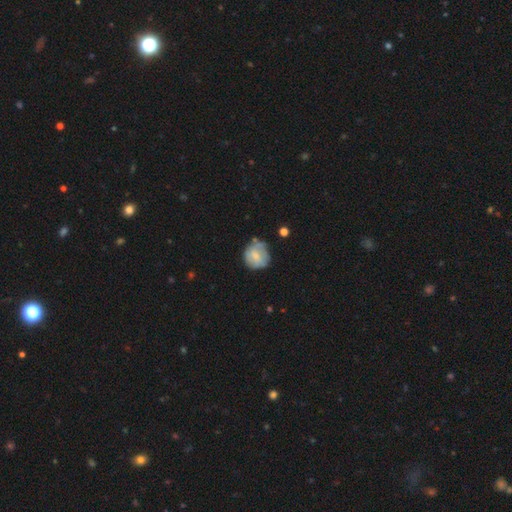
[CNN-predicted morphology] Smooth or featured: smooth — 63% (featured or disk — 30%)
How rounded: round — 83% (in between — 16%)
Merging: none — 56% (minor disturbance — 29%)